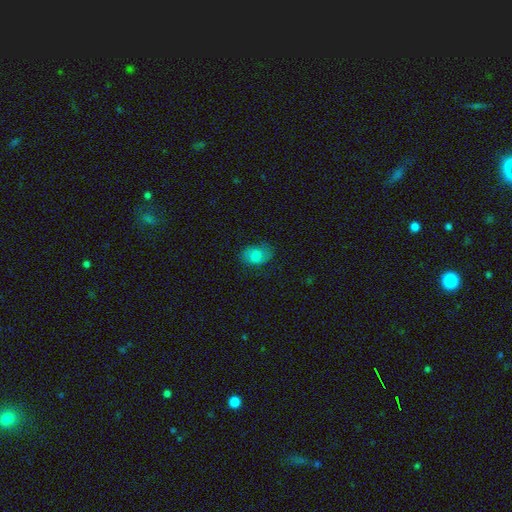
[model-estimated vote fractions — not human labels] A smooth galaxy with no disk features (67%) that is in between round and cigar-shaped (73%).

Vote fractions:
- Smooth or featured? smooth: 67% / featured or disk: 24% / star or artifact: 9%
- How rounded? in between: 73% / round: 26% / cigar-shaped: 1%
- Merging? none: 70% / minor disturbance: 21% / major disturbance: 8% / merger: 1%